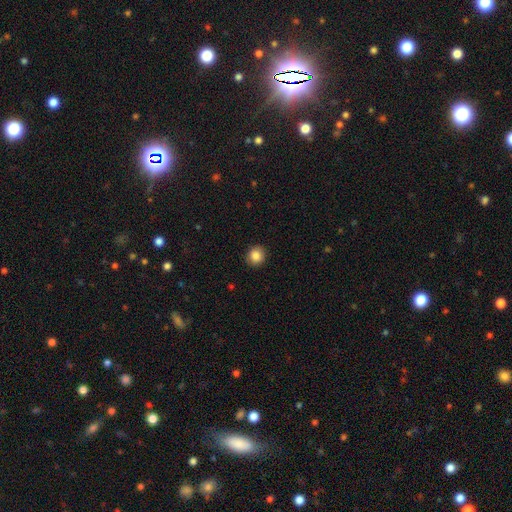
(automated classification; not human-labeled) The model was most divided on "how rounded": round: 86%, in between: 14%, cigar-shaped: 1%. More confident: merging — none (90%); smooth or featured — smooth (86%).